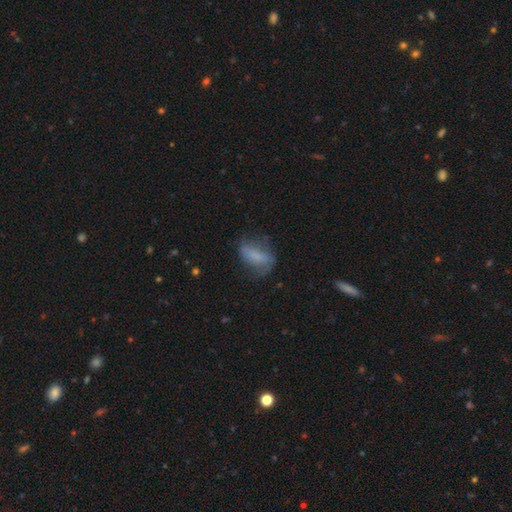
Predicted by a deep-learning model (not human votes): A smooth galaxy with no disk features (59%) that is in between round and cigar-shaped (82%).

Vote fractions:
- Smooth or featured? smooth: 59% / featured or disk: 31% / star or artifact: 10%
- How rounded? in between: 82% / cigar-shaped: 10% / round: 8%
- Merging? none: 47% / minor disturbance: 30% / major disturbance: 21% / merger: 2%